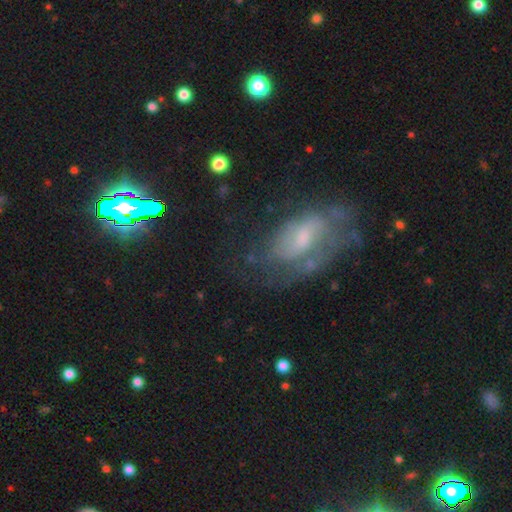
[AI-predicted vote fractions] Smooth or featured? featured or disk (60%)
Edge-on disk? no (91%)
Bar? no (46%)
Spiral arms? yes (76%)
Bulge size? small (52%)
Merging? none (58%)